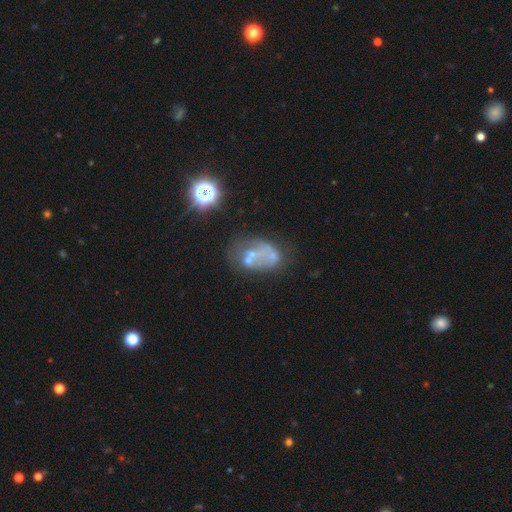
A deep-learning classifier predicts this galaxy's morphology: Smooth or featured: featured or disk — 51% (smooth — 28%)
Edge-on disk: no — 97% (yes — 3%)
Merging: none — 34% (merger — 29%)